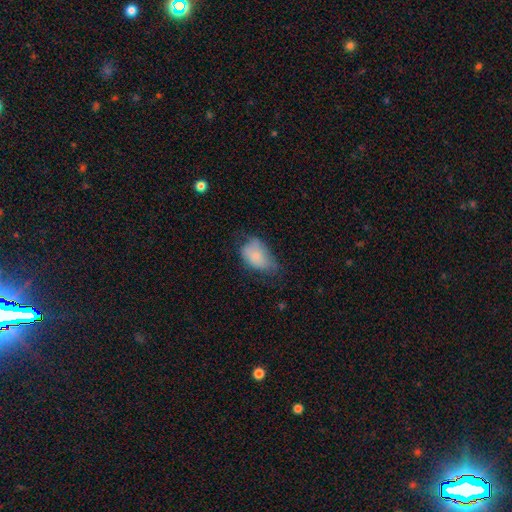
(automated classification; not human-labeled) This appears to be a smooth galaxy with no disk features (76%) that is in between round and cigar-shaped (88%). Merging: minor disturbance (40%).